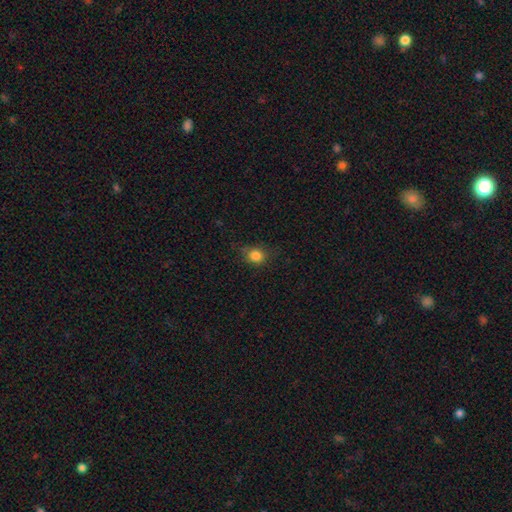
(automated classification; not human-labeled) Smooth or featured: smooth — 83% (star or artifact — 12%)
How rounded: round — 75% (in between — 24%)
Merging: none — 72% (minor disturbance — 21%)